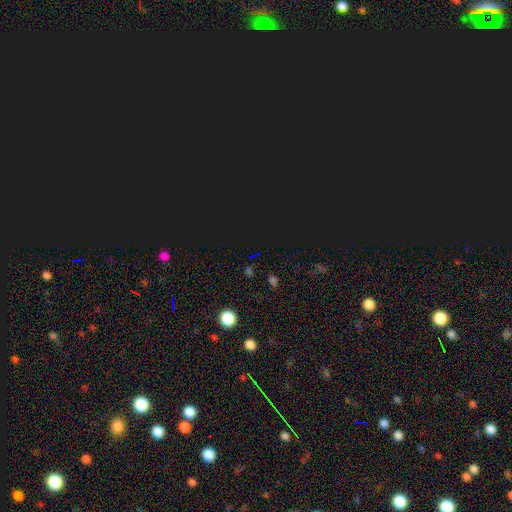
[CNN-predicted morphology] type=star or artifact (75%).